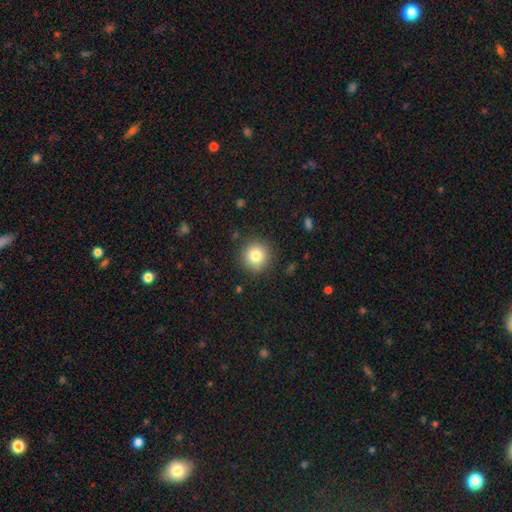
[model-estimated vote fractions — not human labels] The model was most divided on "smooth or featured": smooth: 81%, star or artifact: 10%, featured or disk: 8%. More confident: how rounded — round (94%); merging — none (89%).